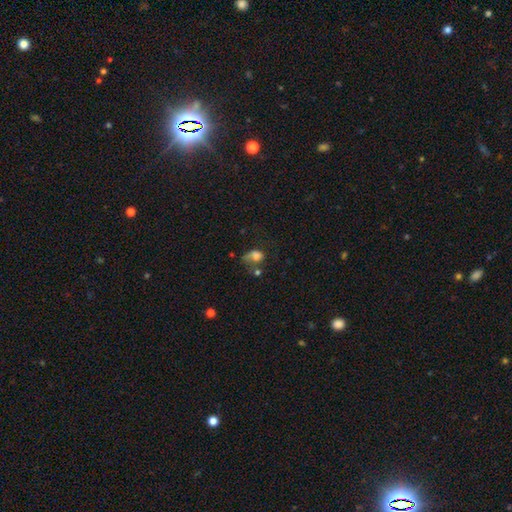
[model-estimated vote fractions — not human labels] Q: Smooth or featured?
A: smooth (69%); runner-up: featured or disk (18%)
Q: How rounded?
A: in between (57%); runner-up: round (41%)
Q: Merging?
A: major disturbance (38%); runner-up: none (24%)